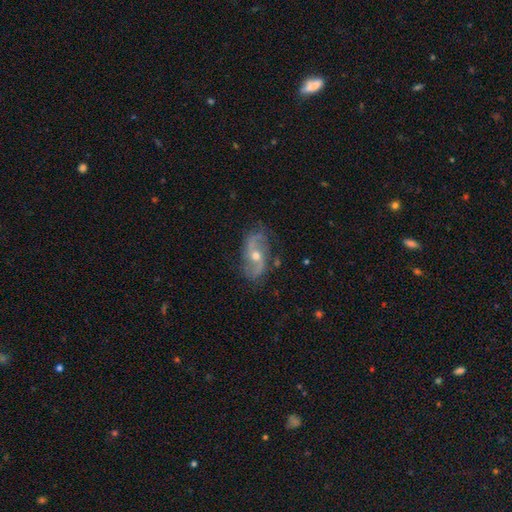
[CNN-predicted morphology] smooth_or_featured: featured or disk (p=0.85) [alt: smooth p=0.08]
disk_edge_on: no (p=0.95) [alt: yes p=0.05]
bar: no (p=0.52) [alt: weak p=0.35]
has_spiral_arms: yes (p=0.94) [alt: no p=0.06]
spiral_winding: loose (p=0.53) [alt: medium p=0.35]
spiral_arm_count: 2 (p=0.91) [alt: can't tell p=0.04]
bulge_size: moderate (p=0.64) [alt: small p=0.32]
merging: none (p=0.79) [alt: minor disturbance p=0.15]